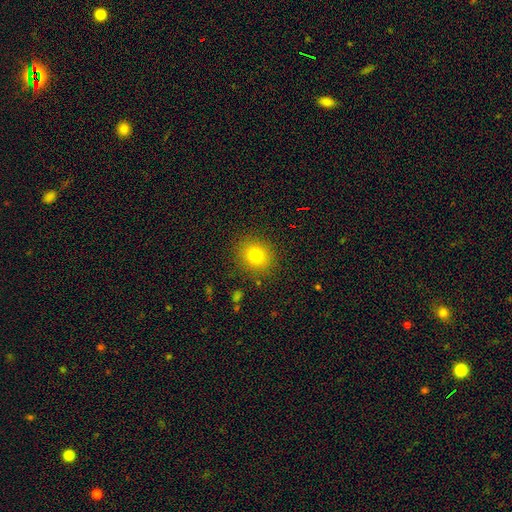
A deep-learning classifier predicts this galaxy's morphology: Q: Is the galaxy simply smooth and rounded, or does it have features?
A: smooth — 78%.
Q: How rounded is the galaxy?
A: round — 80%.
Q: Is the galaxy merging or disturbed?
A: none — 87%.